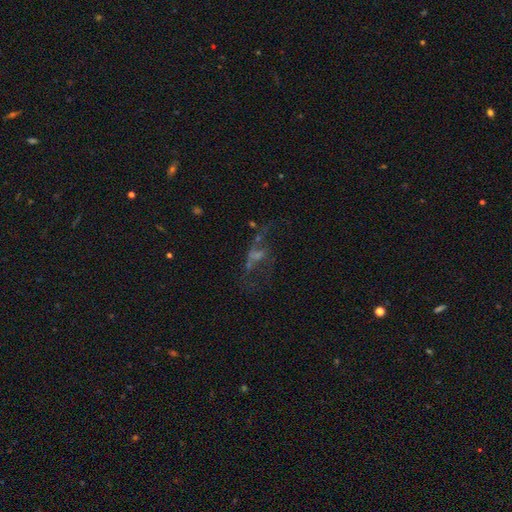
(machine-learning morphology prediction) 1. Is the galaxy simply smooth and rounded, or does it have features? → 47% featured or disk, 29% star or artifact, 23% smooth.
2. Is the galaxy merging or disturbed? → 40% none, 38% major disturbance, 15% minor disturbance, 7% merger.